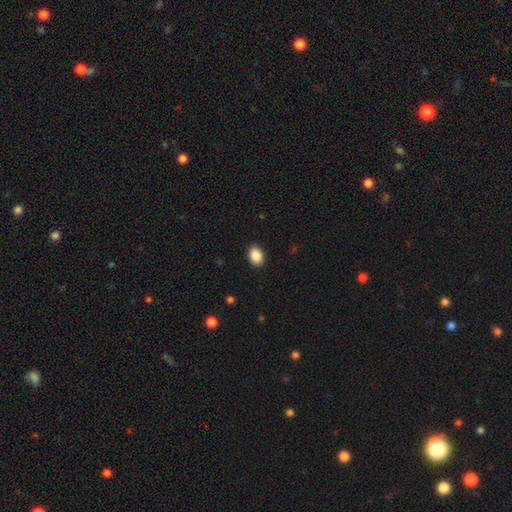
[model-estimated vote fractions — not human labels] smooth-or-featured: smooth: 89% | star or artifact: 8% | featured or disk: 3%
  how-rounded: in between: 81% | round: 18% | cigar-shaped: 1%
  merging: none: 90% | minor disturbance: 7% | major disturbance: 2% | merger: 1%